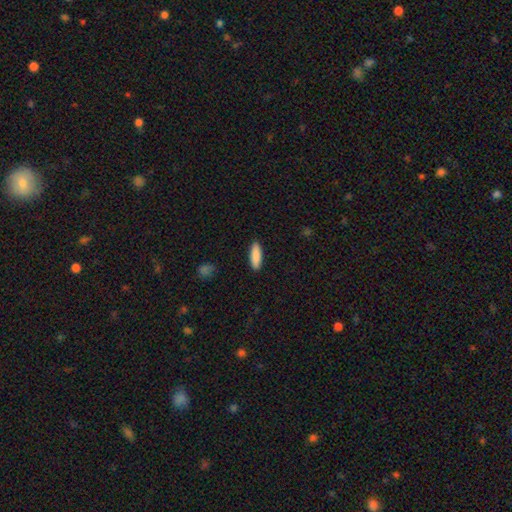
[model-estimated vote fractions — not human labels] Smooth or featured? Predicted: smooth (p=0.89). How rounded? Predicted: cigar-shaped (p=0.50). Merging? Predicted: none (p=0.90).